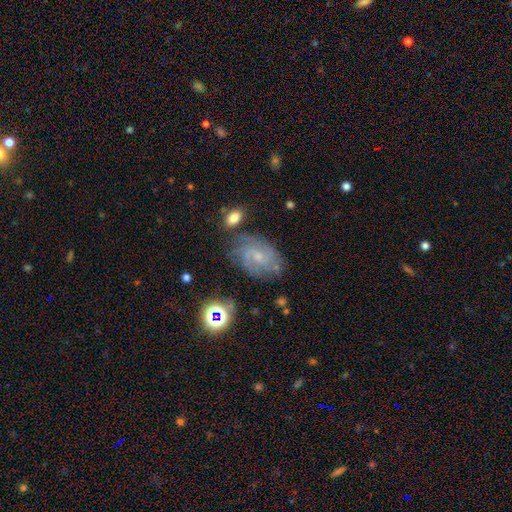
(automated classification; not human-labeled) Q: Smooth or featured?
A: featured or disk (67%); runner-up: smooth (20%)
Q: Edge-on disk?
A: no (96%); runner-up: yes (4%)
Q: Bar?
A: no (58%); runner-up: weak (37%)
Q: Spiral arms?
A: yes (89%); runner-up: no (11%)
Q: Spiral winding?
A: tight (51%); runner-up: medium (37%)
Q: Spiral arm count?
A: can't tell (44%); runner-up: 2 (22%)
Q: Bulge size?
A: small (70%); runner-up: moderate (23%)
Q: Merging?
A: none (68%); runner-up: minor disturbance (20%)